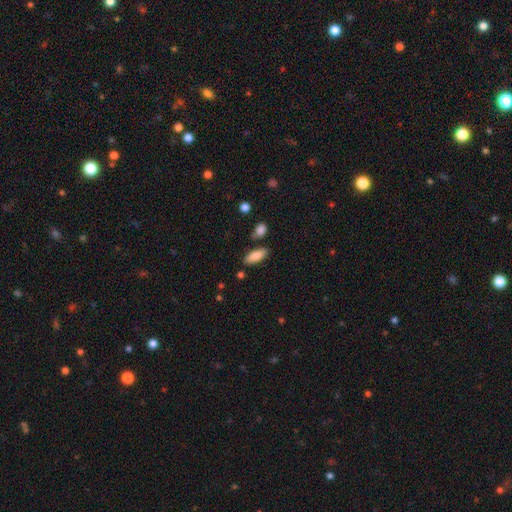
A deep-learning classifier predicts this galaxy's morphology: This appears to be a smooth galaxy with no disk features (84%) that is in between round and cigar-shaped (76%). Merging: none (79%).